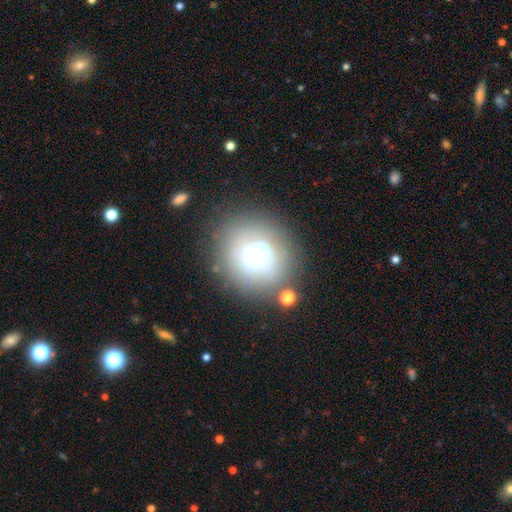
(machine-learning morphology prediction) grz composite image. It shows a smooth galaxy with no disk features (53%) that is round (80%). Merging: none (69%).